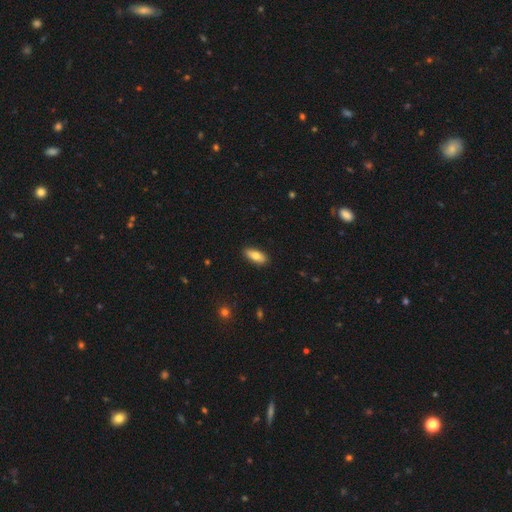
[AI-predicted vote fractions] A smooth galaxy with no disk features (77%) that is in between round and cigar-shaped (80%). Merging: none (88%).